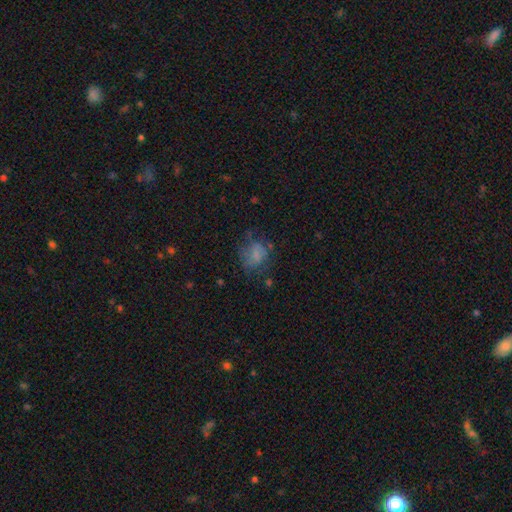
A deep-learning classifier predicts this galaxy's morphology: type=smooth (54%); roundness=round (53%); merging=none (55%).